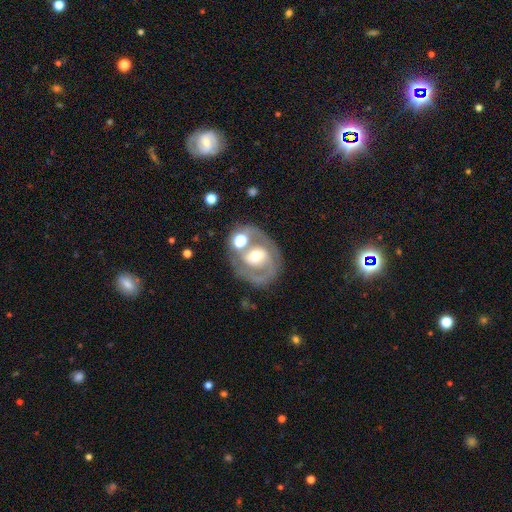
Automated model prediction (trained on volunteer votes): Smooth or featured? Predicted: featured or disk (p=0.72). Edge-on disk? Predicted: no (p=0.96). Bar? Predicted: no (p=0.42). Spiral arms? Predicted: yes (p=0.70). Bulge size? Predicted: moderate (p=0.63). Merging? Predicted: none (p=0.59).